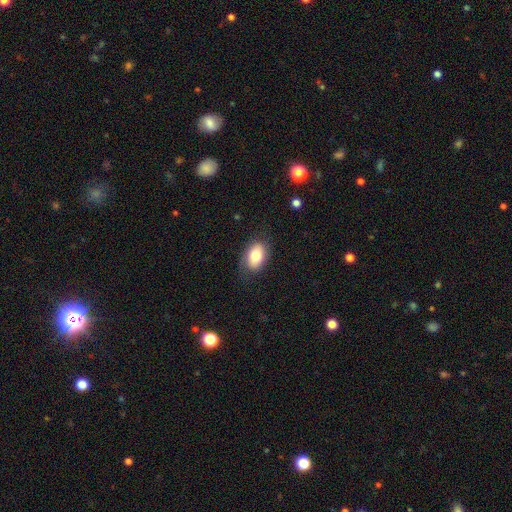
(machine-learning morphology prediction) type=smooth (77%); roundness=in between (87%); merging=none (77%).